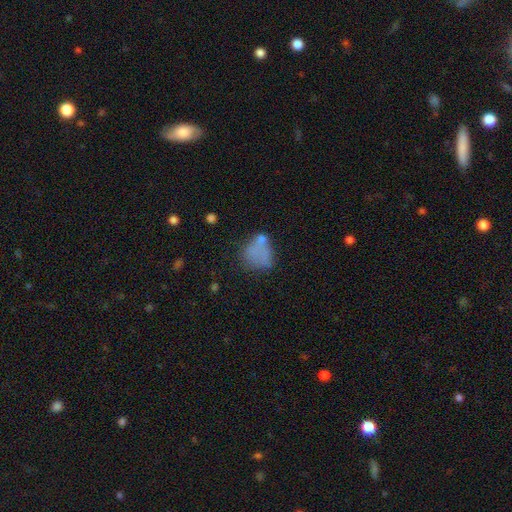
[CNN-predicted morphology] Overall: smooth (65%). How rounded: round (58%; in between 40%). Merging: none (44%; minor disturbance 22%).